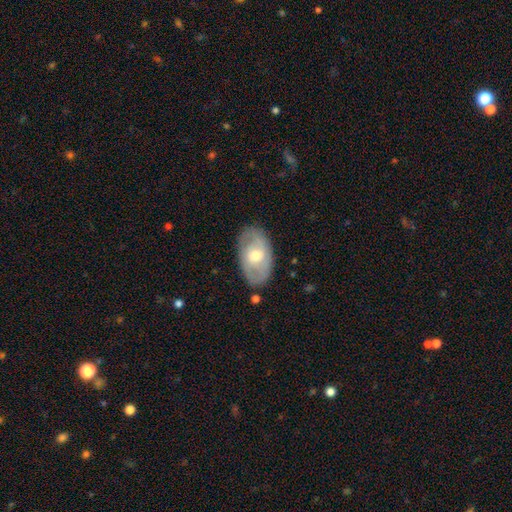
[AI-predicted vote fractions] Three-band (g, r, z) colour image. It shows a featured or disk galaxy (53%). Merging: none (80%).